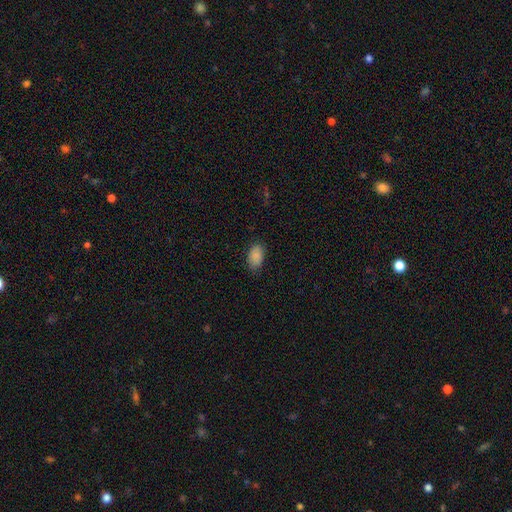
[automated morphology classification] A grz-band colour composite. It shows a smooth galaxy with no disk features (88%) that is in between round and cigar-shaped (91%). Merging: none (83%).